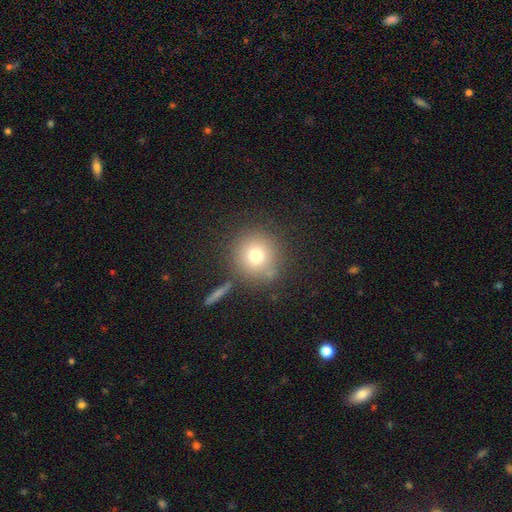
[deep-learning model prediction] A smooth galaxy with no disk features (73%) that is round (93%). Merging: none (80%).